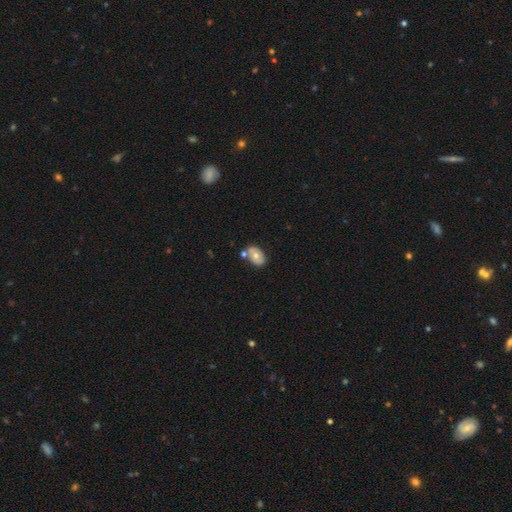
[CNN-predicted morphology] This is possibly a smooth galaxy (57%). How rounded: clearly in between (81%). Merging: possibly none (52%).